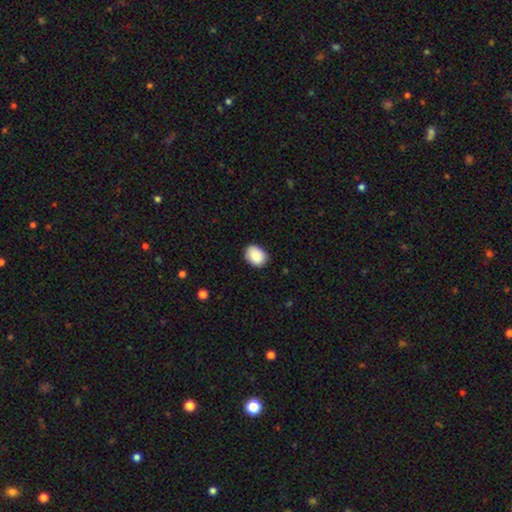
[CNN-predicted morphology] smooth 90%, star or artifact 7%, featured or disk 4%. Down the decision tree: how rounded — in between (63%); merging — none (84%).